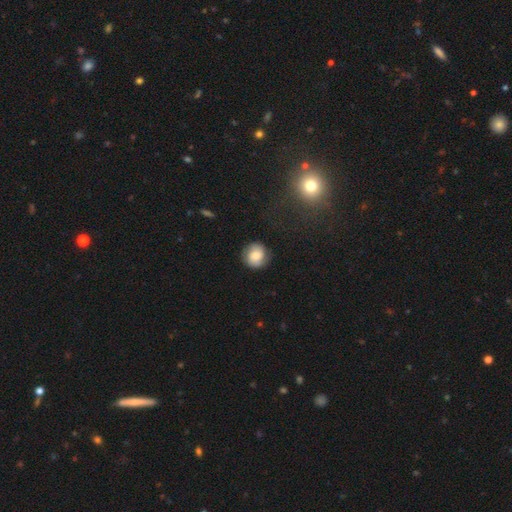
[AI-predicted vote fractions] Q: Smooth or featured?
A: smooth (62%); runner-up: featured or disk (29%)
Q: How rounded?
A: round (85%); runner-up: in between (14%)
Q: Merging?
A: none (80%); runner-up: minor disturbance (14%)